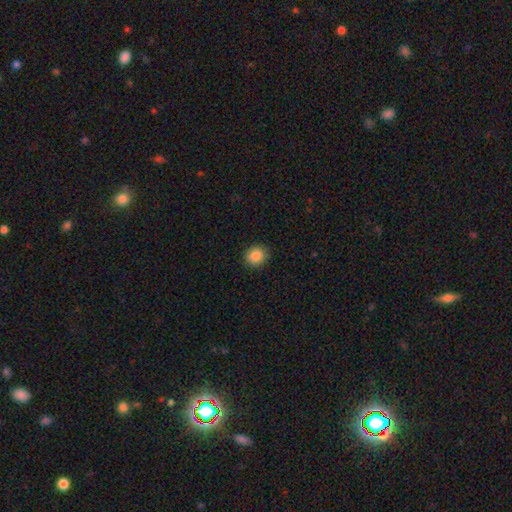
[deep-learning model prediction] A smooth galaxy with no disk features (87%) that is round (80%).

Vote fractions:
- Smooth or featured? smooth: 87% / star or artifact: 9% / featured or disk: 4%
- How rounded? round: 80% / in between: 19% / cigar-shaped: 1%
- Merging? none: 89% / minor disturbance: 8% / major disturbance: 2% / merger: 1%